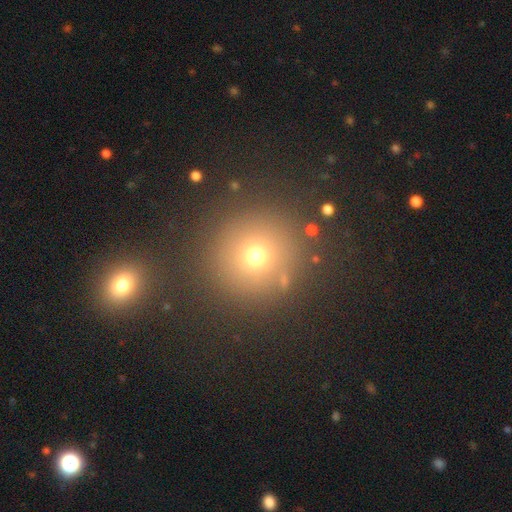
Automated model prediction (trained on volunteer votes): A smooth galaxy with no disk features (69%) that is round (94%).

Vote fractions:
- Smooth or featured? smooth: 69% / star or artifact: 22% / featured or disk: 10%
- How rounded? round: 94% / in between: 5% / cigar-shaped: 1%
- Merging? none: 85% / minor disturbance: 7% / major disturbance: 4% / merger: 4%